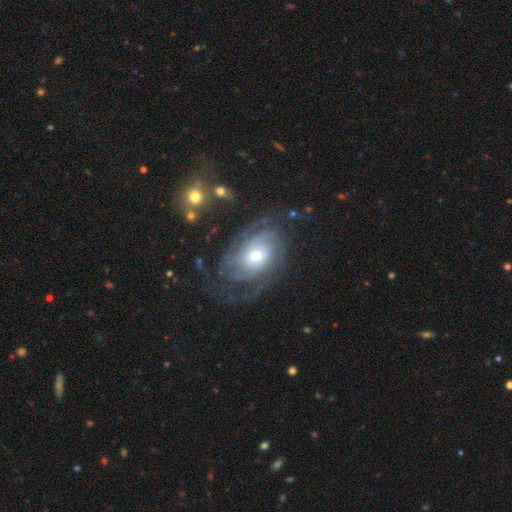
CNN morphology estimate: Q: Smooth or featured?
A: featured or disk (85%); runner-up: smooth (10%)
Q: Edge-on disk?
A: no (96%); runner-up: yes (4%)
Q: Bar?
A: no (65%); runner-up: weak (28%)
Q: Spiral arms?
A: yes (94%); runner-up: no (6%)
Q: Spiral winding?
A: tight (59%); runner-up: medium (30%)
Q: Spiral arm count?
A: can't tell (38%); runner-up: 2 (23%)
Q: Bulge size?
A: moderate (58%); runner-up: small (32%)
Q: Merging?
A: none (63%); runner-up: minor disturbance (18%)